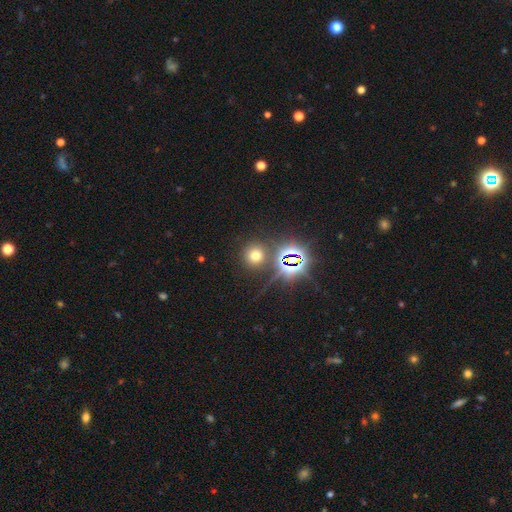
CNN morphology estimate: This appears to be a smooth galaxy with no disk features (59%) that is round (91%). Merging: none (81%).